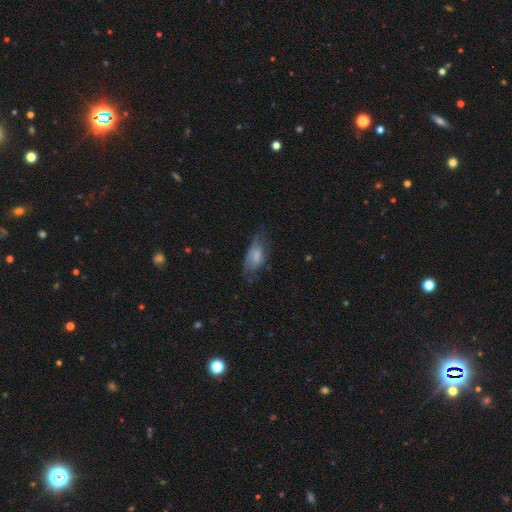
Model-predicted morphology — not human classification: type=smooth (66%); roundness=in between (89%); merging=none (41%).